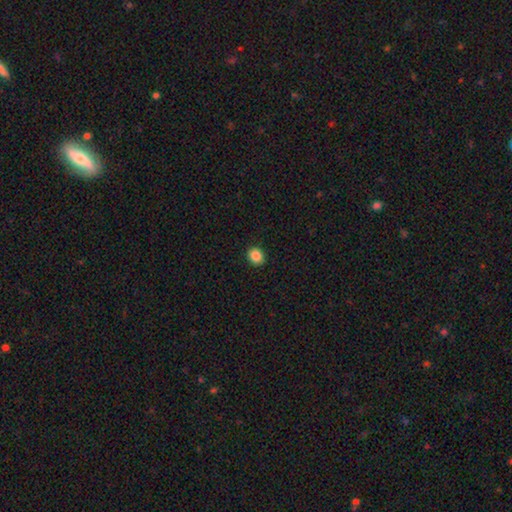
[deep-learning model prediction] This appears to be a smooth galaxy with no disk features (87%) that is round (66%). Merging: none (92%).